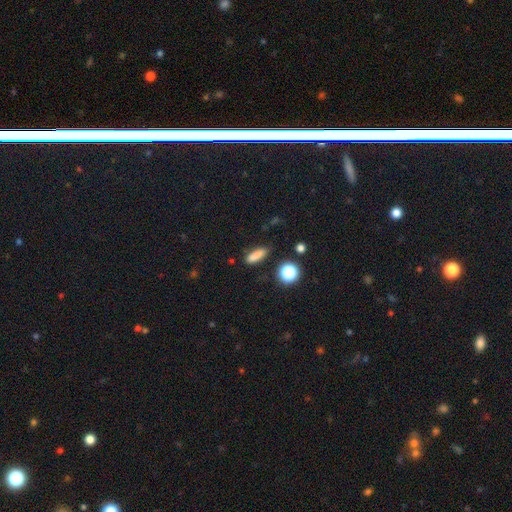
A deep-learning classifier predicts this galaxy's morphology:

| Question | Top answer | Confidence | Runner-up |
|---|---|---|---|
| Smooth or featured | smooth | 81% | star or artifact (13%) |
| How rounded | cigar-shaped | 53% | in between (39%) |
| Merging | none | 82% | minor disturbance (13%) |